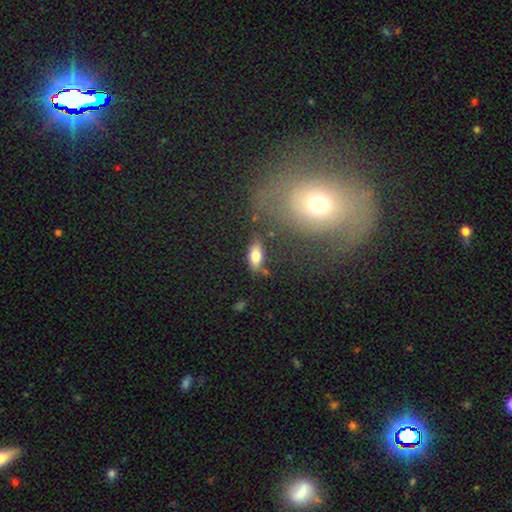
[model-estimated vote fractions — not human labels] Smooth or featured?
  - smooth: 74% *
  - featured or disk: 17%
  - star or artifact: 8%
How rounded?
  - in between: 81% *
  - cigar-shaped: 15%
  - round: 4%
Merging?
  - none: 75% *
  - minor disturbance: 15%
  - merger: 5%
  - major disturbance: 5%